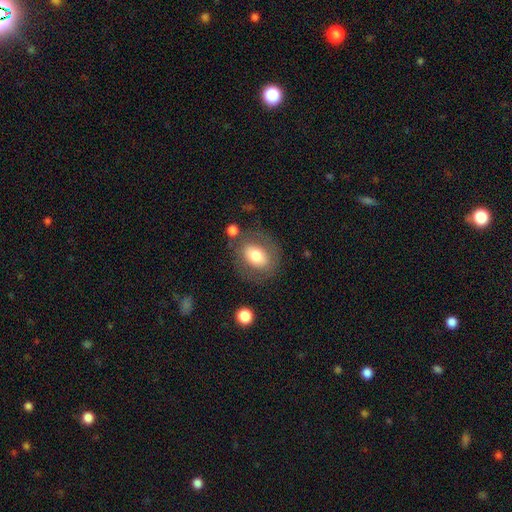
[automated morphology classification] A smooth galaxy with no disk features (65%) that is in between round and cigar-shaped (62%). Merging: none (72%).